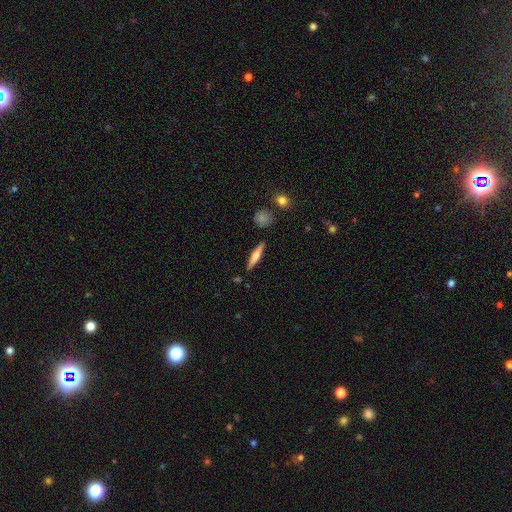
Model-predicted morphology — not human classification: Smooth or featured?
  - featured or disk: 48% *
  - smooth: 45%
  - star or artifact: 6%
Merging?
  - none: 87% *
  - minor disturbance: 8%
  - merger: 3%
  - major disturbance: 2%